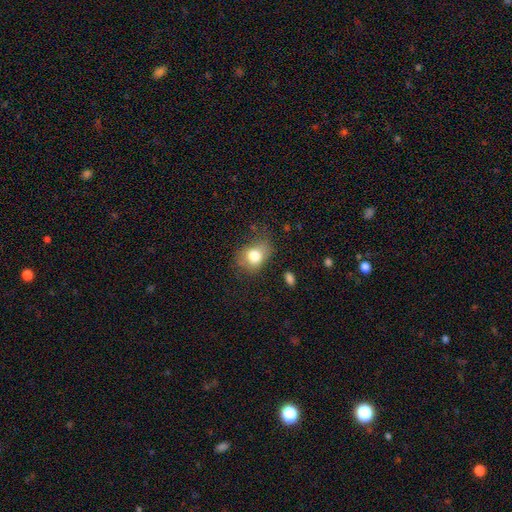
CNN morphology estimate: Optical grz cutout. It shows a smooth galaxy with no disk features (78%) that is in between round and cigar-shaped (58%). Merging: none (55%).